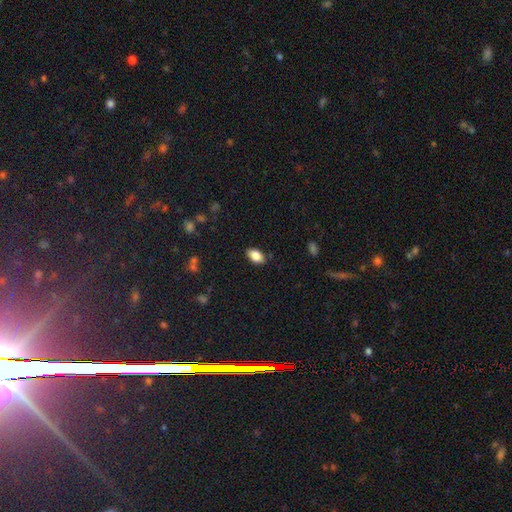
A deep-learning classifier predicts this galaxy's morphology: Overall: smooth (85%). How rounded: in between (92%). Merging: none (86%).